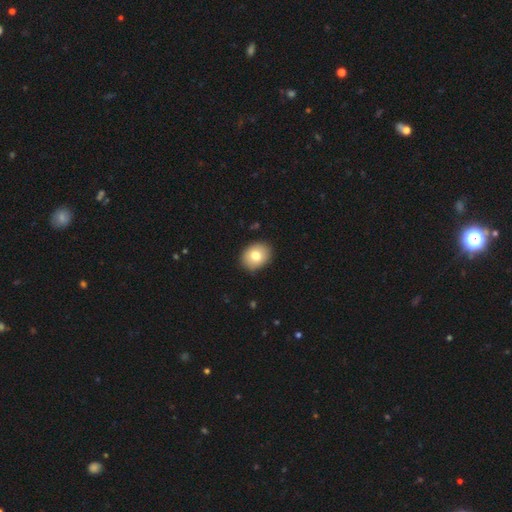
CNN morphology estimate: A smooth galaxy with no disk features (79%) that is in between round and cigar-shaped (54%). Merging: none (88%).